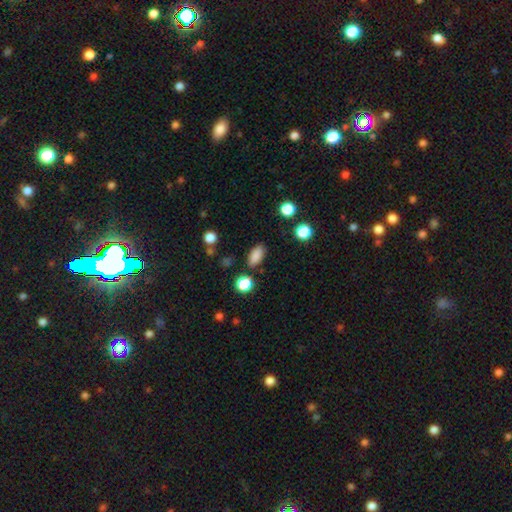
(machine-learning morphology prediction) This is clearly a smooth galaxy (86%). How rounded: clearly in between (90%). Merging: clearly none (84%).